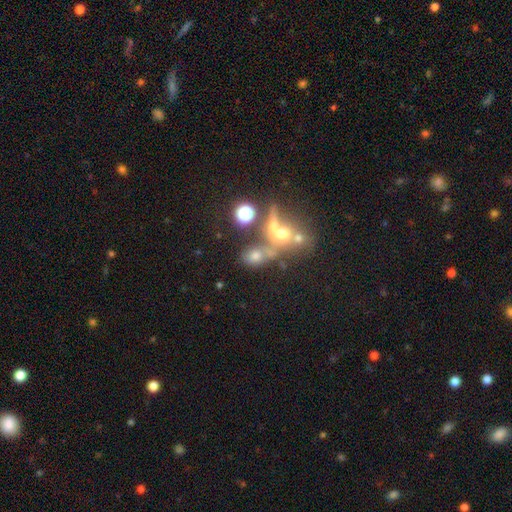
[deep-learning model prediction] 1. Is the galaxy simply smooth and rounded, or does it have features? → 59% smooth, 22% star or artifact, 19% featured or disk.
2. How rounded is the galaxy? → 53% in between, 44% round, 3% cigar-shaped.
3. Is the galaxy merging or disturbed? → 42% merger, 38% none, 11% minor disturbance, 9% major disturbance.